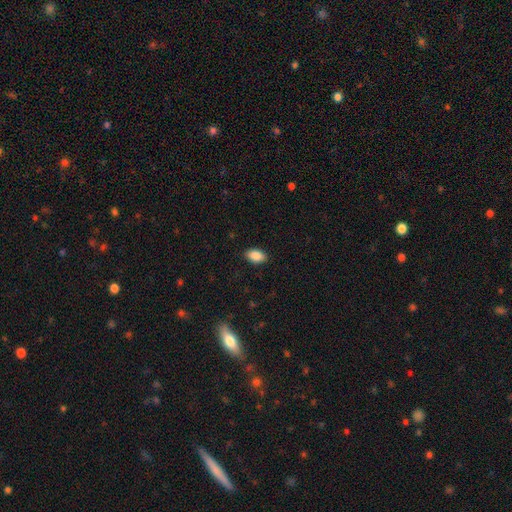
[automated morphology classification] Smooth or featured: smooth — 89% (star or artifact — 7%)
How rounded: in between — 92% (round — 6%)
Merging: none — 89% (minor disturbance — 8%)